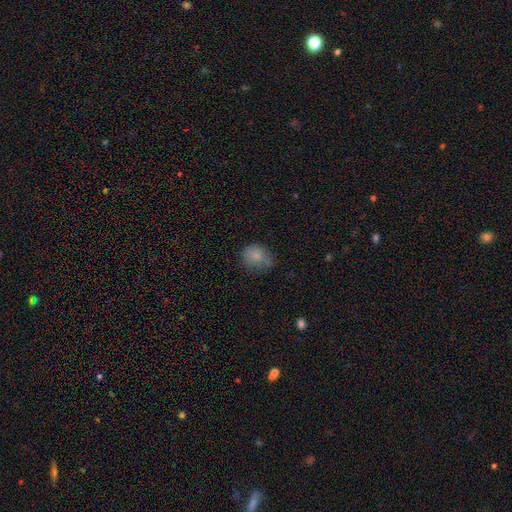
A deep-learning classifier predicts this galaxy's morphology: A smooth galaxy with no disk features (80%) that is round (59%).

Vote fractions:
- Smooth or featured? smooth: 80% / star or artifact: 10% / featured or disk: 10%
- How rounded? round: 59% / in between: 40% / cigar-shaped: 1%
- Merging? none: 59% / minor disturbance: 30% / major disturbance: 10% / merger: 2%